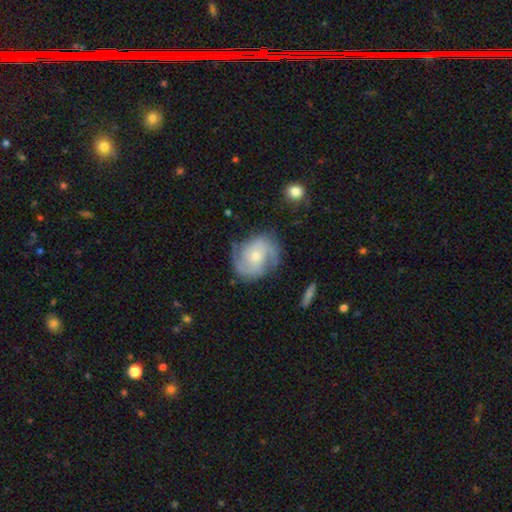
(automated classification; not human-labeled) Smooth or featured? featured or disk (82%)
Edge-on disk? no (98%)
Bar? no (67%)
Spiral arms? yes (95%)
Spiral winding? medium (43%, tied with tight)
Spiral arm count? 2 (63%)
Bulge size? small (58%)
Merging? none (73%)